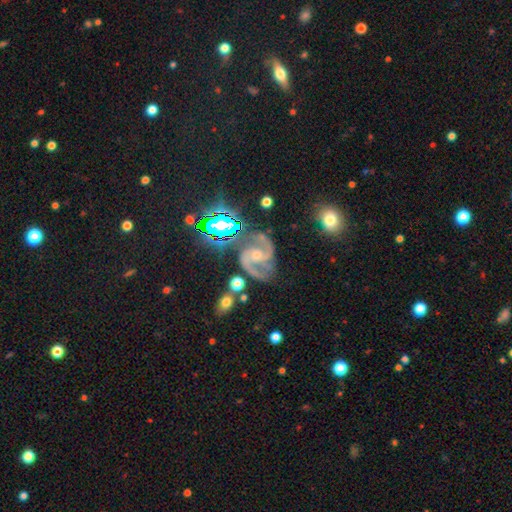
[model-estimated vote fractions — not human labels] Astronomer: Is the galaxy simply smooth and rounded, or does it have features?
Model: featured or disk — 89%.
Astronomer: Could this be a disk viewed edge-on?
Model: no — 98%.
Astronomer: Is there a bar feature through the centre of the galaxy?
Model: no — 52% (runner-up: weak, 36%).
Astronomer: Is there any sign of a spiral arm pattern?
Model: yes — 98%.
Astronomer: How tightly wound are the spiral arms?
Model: medium — 63%.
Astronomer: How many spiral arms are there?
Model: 2 — 84%.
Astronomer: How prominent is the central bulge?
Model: small — 51% (runner-up: moderate, 38%).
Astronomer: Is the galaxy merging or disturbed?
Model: none — 62%.